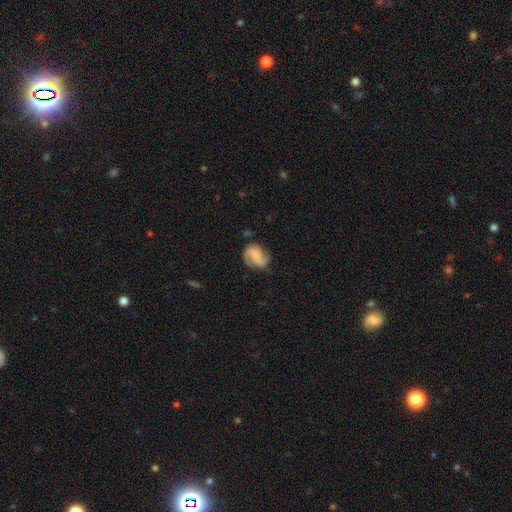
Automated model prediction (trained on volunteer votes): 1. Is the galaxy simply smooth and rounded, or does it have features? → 73% featured or disk, 20% smooth, 7% star or artifact.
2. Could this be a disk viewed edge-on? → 98% no, 2% yes.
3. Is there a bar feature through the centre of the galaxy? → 41% no, 39% weak, 20% strong.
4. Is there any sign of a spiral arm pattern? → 94% yes, 6% no.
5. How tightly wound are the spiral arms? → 45% medium, 33% loose, 22% tight.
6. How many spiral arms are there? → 78% 2, 8% 3, 6% can't tell, 4% 1, 2% 4, 2% more than 4.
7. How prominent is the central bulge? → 56% none, 20% small, 13% moderate, 9% large, 2% dominant.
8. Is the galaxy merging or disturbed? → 69% none, 19% minor disturbance, 10% major disturbance, 2% merger.